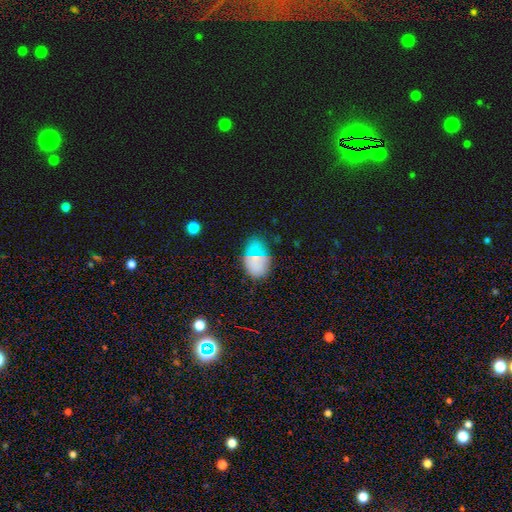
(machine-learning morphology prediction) Smooth or featured? Predicted: smooth (p=0.66). How rounded? Predicted: in between (p=0.78). Merging? Predicted: none (p=0.72).